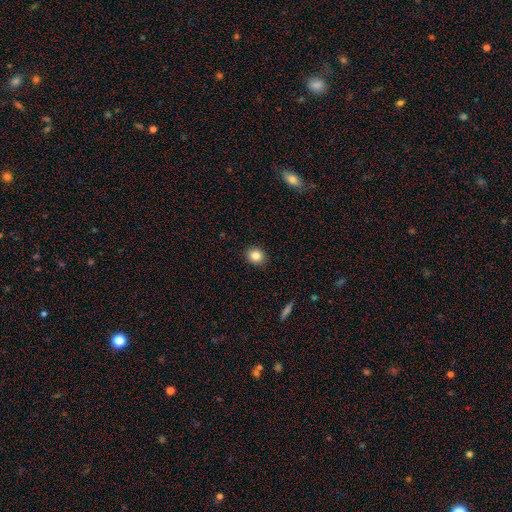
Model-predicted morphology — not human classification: smooth 84%, star or artifact 10%, featured or disk 6%. Down the decision tree: how rounded — round (77%); merging — none (90%).